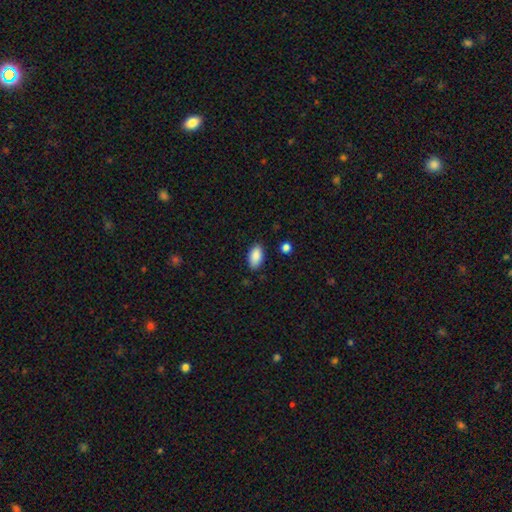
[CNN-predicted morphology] Smooth or featured? smooth (89%)
How rounded? in between (93%)
Merging? none (84%)